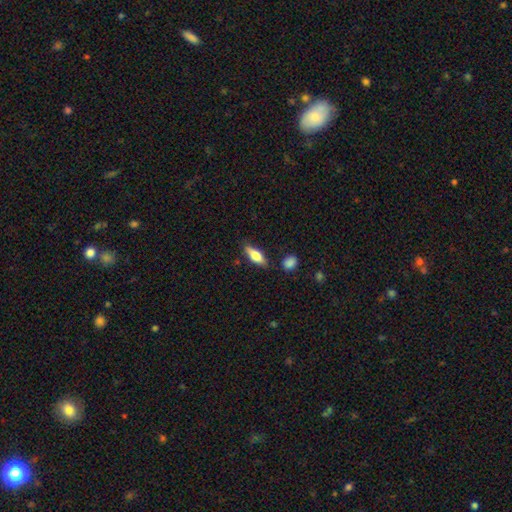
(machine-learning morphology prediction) Smooth or featured? Predicted: smooth (p=0.66). How rounded? Predicted: in between (p=0.61). Merging? Predicted: none (p=0.80).